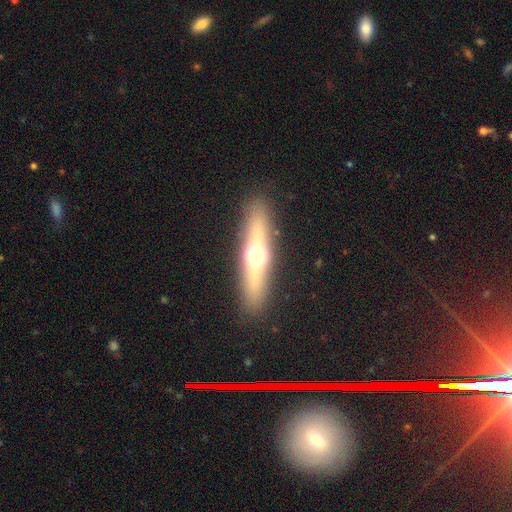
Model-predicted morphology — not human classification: Smooth or featured? Predicted: featured or disk (p=0.48). Merging? Predicted: none (p=0.89).